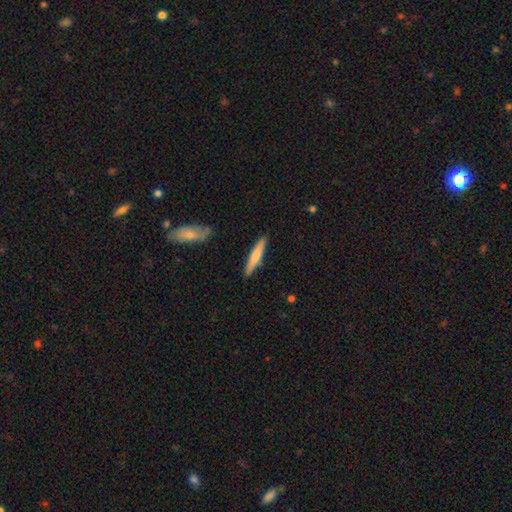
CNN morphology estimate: Smooth or featured? Predicted: smooth (p=0.64). How rounded? Predicted: cigar-shaped (p=0.91). Merging? Predicted: none (p=0.88).